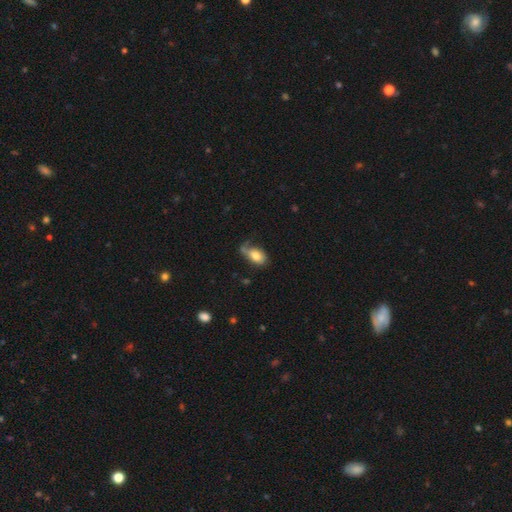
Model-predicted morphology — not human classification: Smooth or featured? Predicted: smooth (p=0.74). How rounded? Predicted: in between (p=0.87). Merging? Predicted: none (p=0.41).